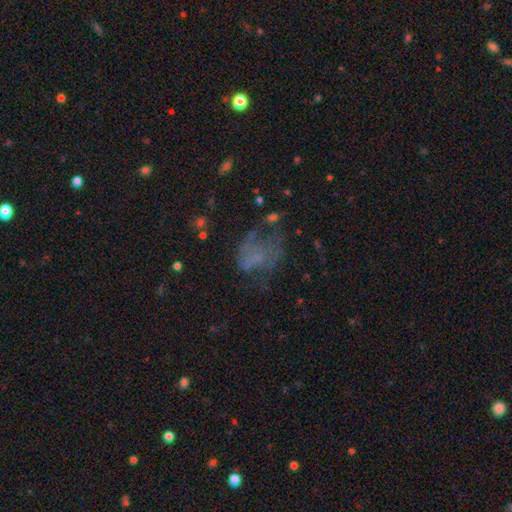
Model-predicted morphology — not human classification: Smooth or featured?
  - featured or disk: 43% *
  - smooth: 35%
  - star or artifact: 22%
Merging?
  - major disturbance: 42% *
  - none: 32%
  - minor disturbance: 20%
  - merger: 6%